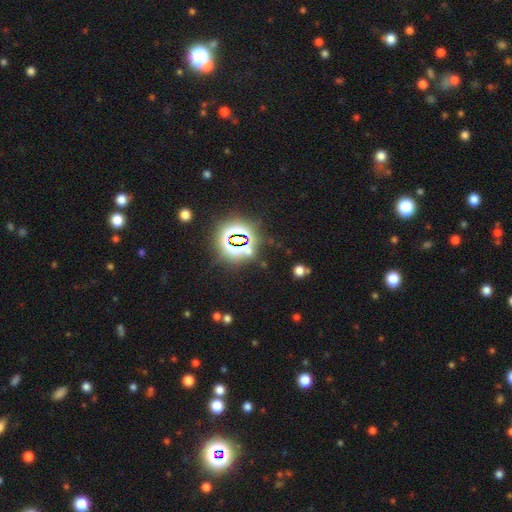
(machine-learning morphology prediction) Smooth or featured? Predicted: star or artifact (p=0.82).